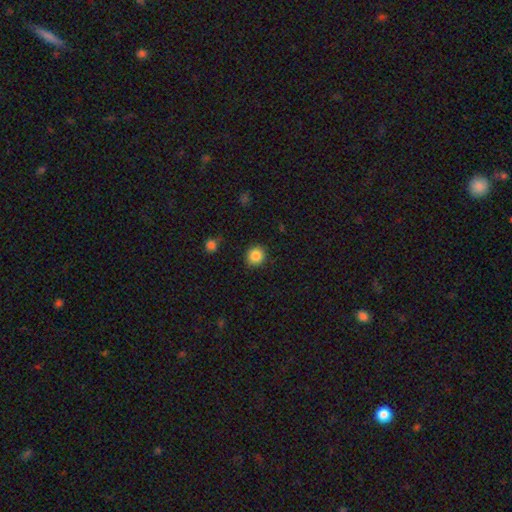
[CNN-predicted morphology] A smooth galaxy with no disk features (86%) that is round (89%).

Vote fractions:
- Smooth or featured? smooth: 86% / star or artifact: 10% / featured or disk: 4%
- How rounded? round: 89% / in between: 10% / cigar-shaped: 1%
- Merging? none: 89% / minor disturbance: 7% / major disturbance: 2% / merger: 1%